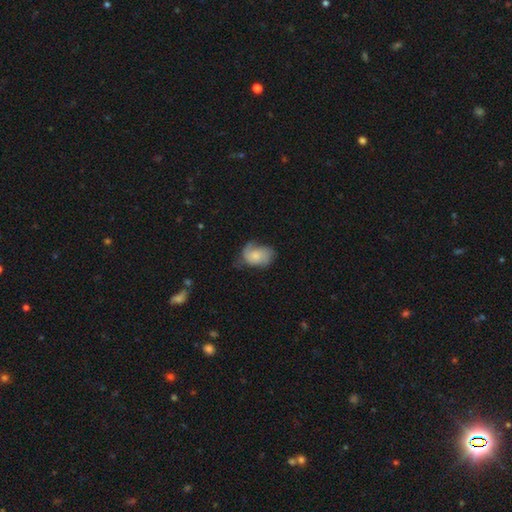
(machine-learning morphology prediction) Smooth or featured?
  - smooth: 57% *
  - featured or disk: 36%
  - star or artifact: 7%
How rounded?
  - in between: 75% *
  - round: 24%
  - cigar-shaped: 1%
Merging?
  - none: 37% *
  - minor disturbance: 36%
  - major disturbance: 25%
  - merger: 2%